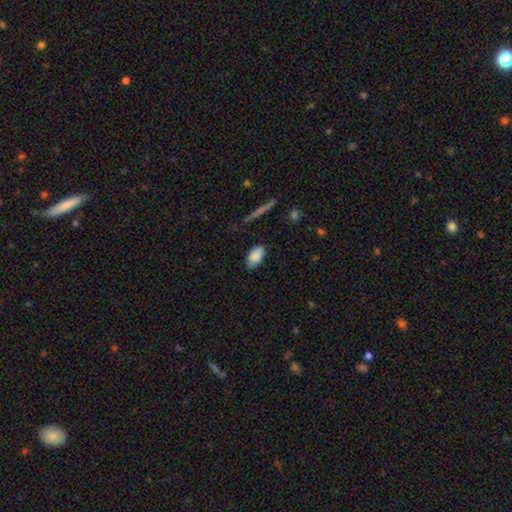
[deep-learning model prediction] smooth 86%, star or artifact 7%, featured or disk 7%. Down the decision tree: how rounded — in between (94%); merging — none (77%).